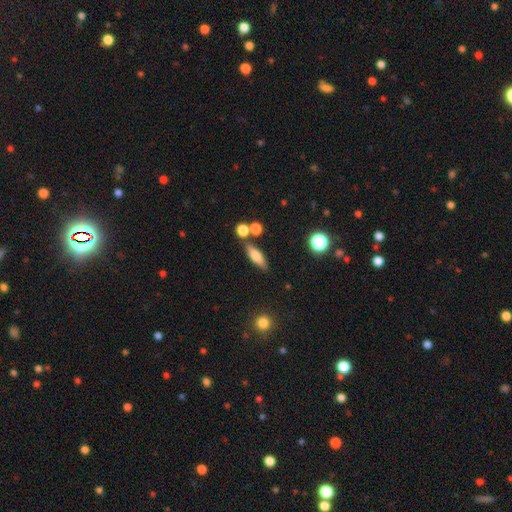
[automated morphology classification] Smooth or featured: smooth — 62% (featured or disk — 29%)
How rounded: cigar-shaped — 51% (in between — 44%)
Merging: none — 74% (minor disturbance — 12%)